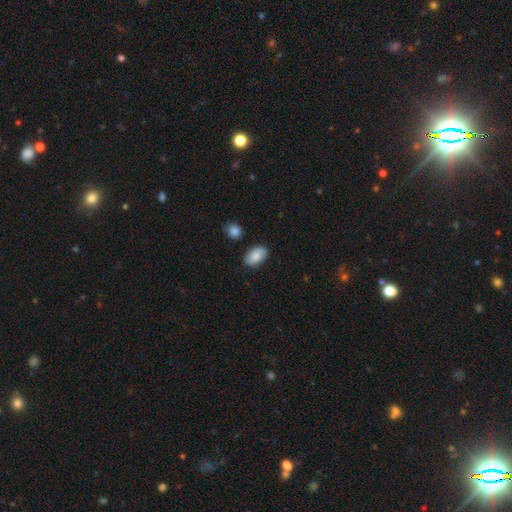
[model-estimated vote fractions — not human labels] A smooth galaxy with no disk features (78%) that is in between round and cigar-shaped (92%). Merging: none (81%).